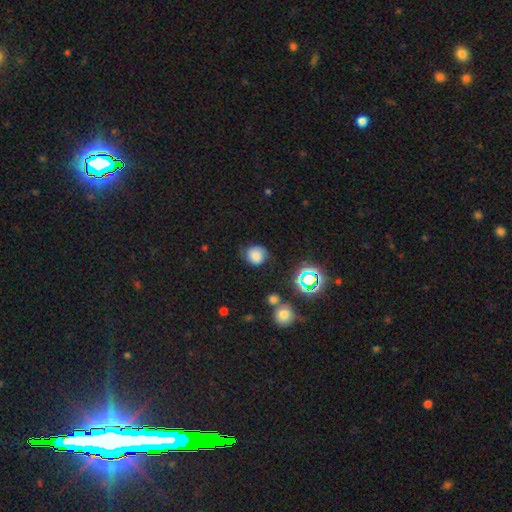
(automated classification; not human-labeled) The model was most divided on "merging": none: 66%, minor disturbance: 23%, major disturbance: 8%, merger: 3%. More confident: how rounded — round (81%); smooth or featured — smooth (68%).